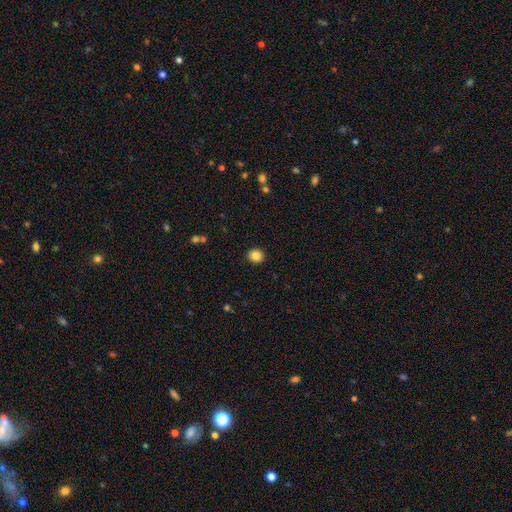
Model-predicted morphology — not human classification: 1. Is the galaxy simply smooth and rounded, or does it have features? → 85% smooth, 10% star or artifact, 5% featured or disk.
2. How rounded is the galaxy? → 86% round, 13% in between, 1% cigar-shaped.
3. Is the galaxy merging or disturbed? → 92% none, 5% minor disturbance, 2% major disturbance, 1% merger.